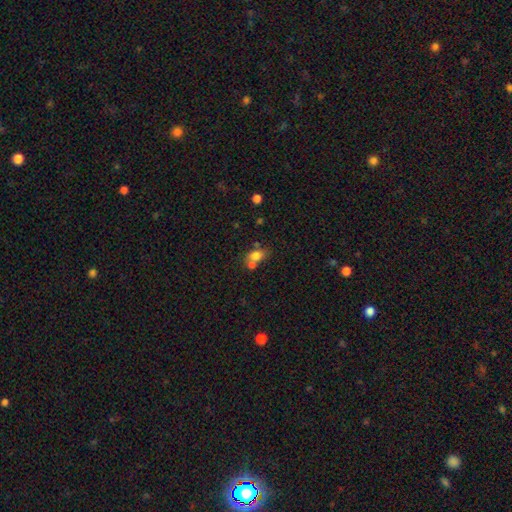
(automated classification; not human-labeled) Overall: smooth (75%). How rounded: in between (67%; round 30%). Merging: merger (45%; none 38%).